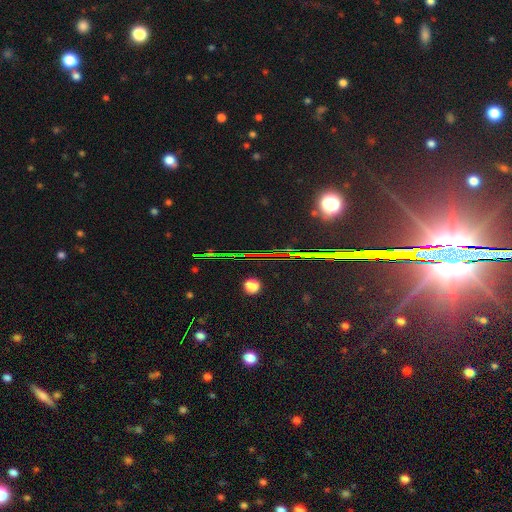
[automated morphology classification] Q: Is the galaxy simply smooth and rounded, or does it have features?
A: star or artifact — 81%.